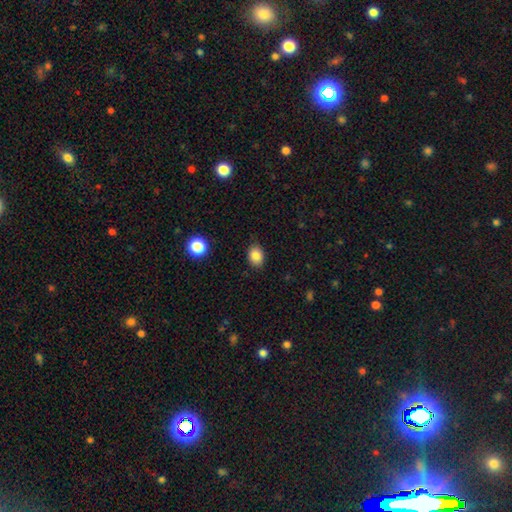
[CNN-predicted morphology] Smooth or featured: smooth — 86% (star or artifact — 10%)
How rounded: in between — 64% (round — 35%)
Merging: none — 85% (minor disturbance — 11%)